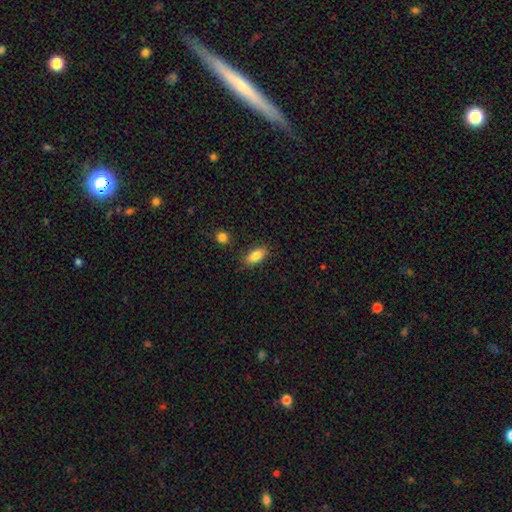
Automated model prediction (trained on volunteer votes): Smooth or featured? Predicted: smooth (p=0.84). How rounded? Predicted: in between (p=0.89). Merging? Predicted: none (p=0.83).